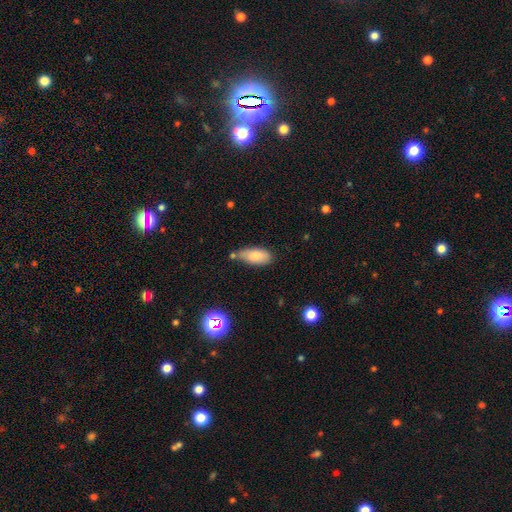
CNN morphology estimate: smooth-or-featured: smooth: 80% | featured or disk: 11% | star or artifact: 8%
  how-rounded: in between: 85% | cigar-shaped: 12% | round: 3%
  merging: none: 57% | minor disturbance: 27% | merger: 11% | major disturbance: 6%